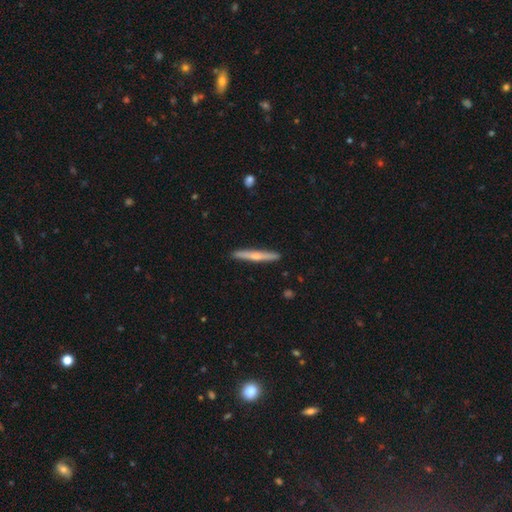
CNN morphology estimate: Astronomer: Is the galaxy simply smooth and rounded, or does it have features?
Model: featured or disk — 51% (runner-up: smooth, 43%).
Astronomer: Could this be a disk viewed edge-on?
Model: yes — 97%.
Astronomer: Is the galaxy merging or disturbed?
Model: none — 91%.